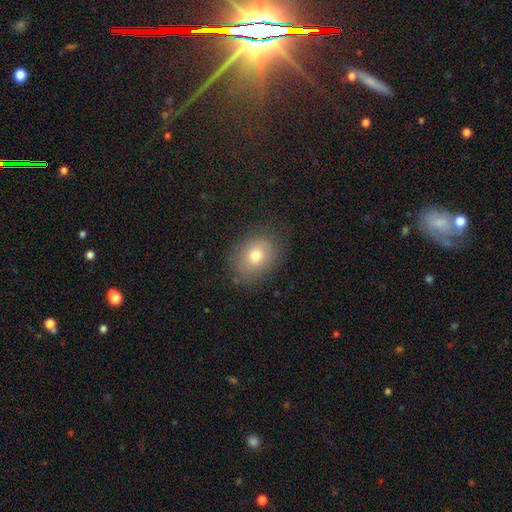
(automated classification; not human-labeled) This is likely a smooth galaxy (72%). How rounded: possibly in between (59%). Merging: likely none (78%).